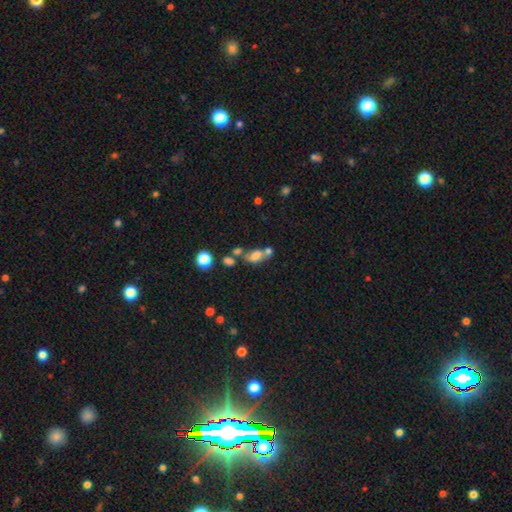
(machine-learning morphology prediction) Q: Smooth or featured?
A: smooth (62%); runner-up: featured or disk (23%)
Q: How rounded?
A: in between (79%); runner-up: round (15%)
Q: Merging?
A: merger (43%); runner-up: none (33%)